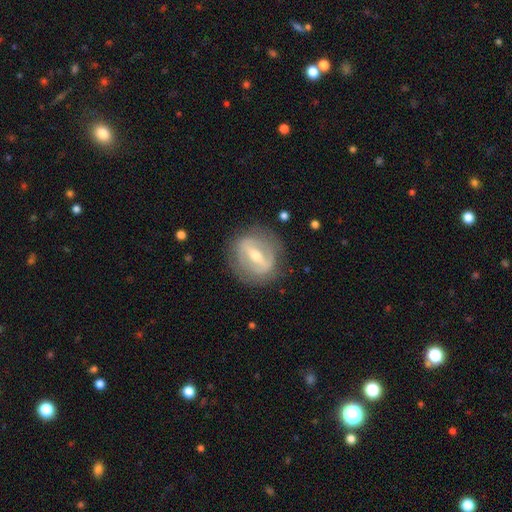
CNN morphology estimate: A featured or disk galaxy (74%) with a strong bar (67%), no spiral arms (61%) and a moderate central bulge (57%).

Vote fractions:
- Smooth or featured? featured or disk: 74% / smooth: 20% / star or artifact: 6%
- Edge-on disk? no: 89% / yes: 11%
- Bar? strong: 67% / weak: 25% / no: 8%
- Spiral arms? no: 61% / yes: 39%
- Bulge size? moderate: 57% / small: 37% / large: 3% / none: 1% / dominant: 1%
- Merging? none: 78% / minor disturbance: 14% / major disturbance: 7% / merger: 1%